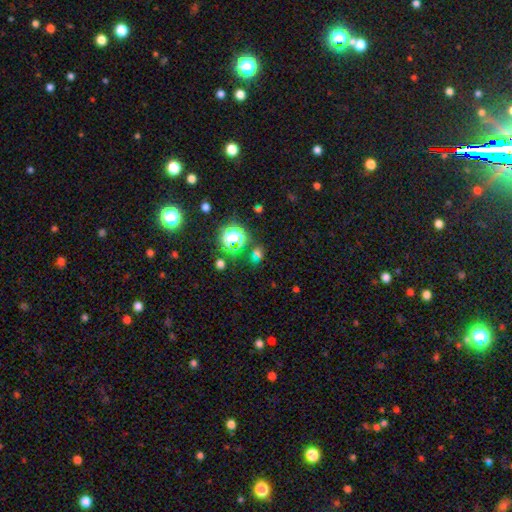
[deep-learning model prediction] smooth-or-featured: star or artifact: 50% | smooth: 42% | featured or disk: 9%